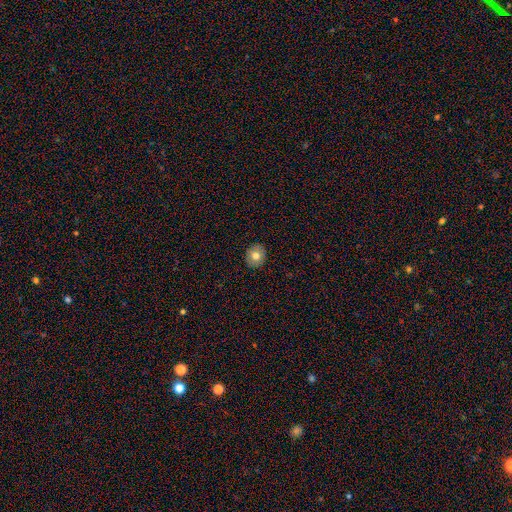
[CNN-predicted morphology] Smooth or featured? smooth (74%)
How rounded? round (79%)
Merging? none (91%)